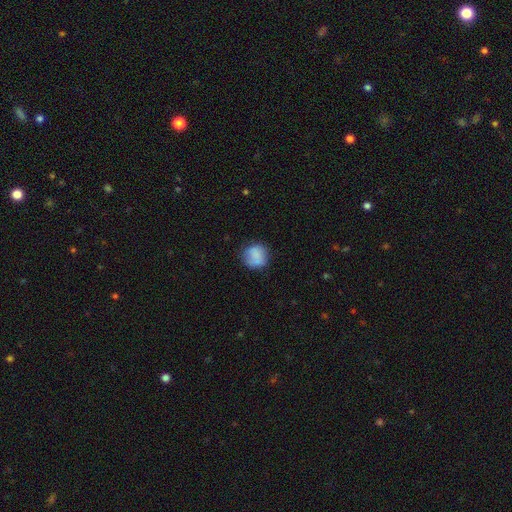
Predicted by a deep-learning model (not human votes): Smooth or featured? smooth (78%)
How rounded? round (86%)
Merging? none (67%)